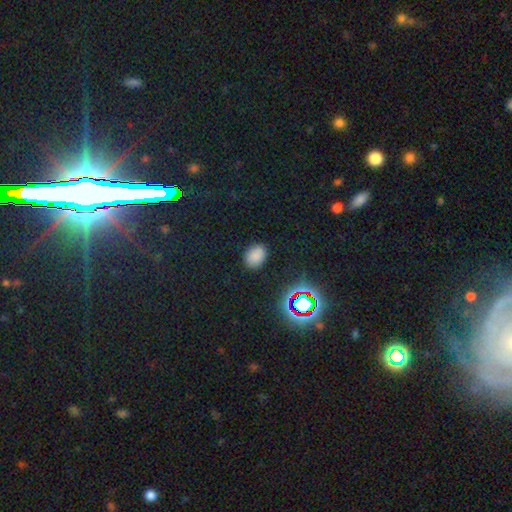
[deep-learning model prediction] smooth_or_featured: smooth (p=0.79) [alt: star or artifact p=0.17]
how_rounded: in between (p=0.71) [alt: round p=0.28]
merging: none (p=0.86) [alt: minor disturbance p=0.10]